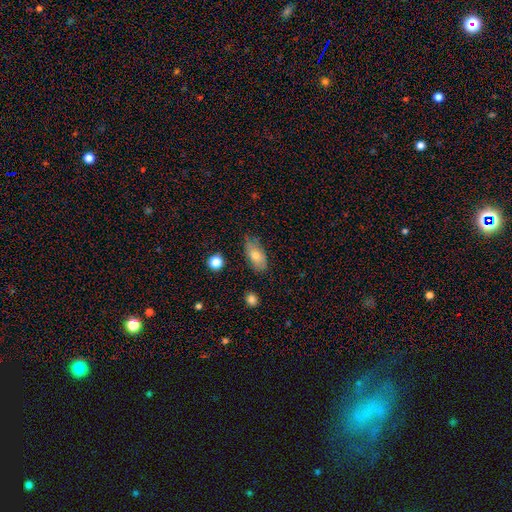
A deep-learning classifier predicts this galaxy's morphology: Smooth or featured? Predicted: smooth (p=0.71). How rounded? Predicted: in between (p=0.89). Merging? Predicted: none (p=0.76).